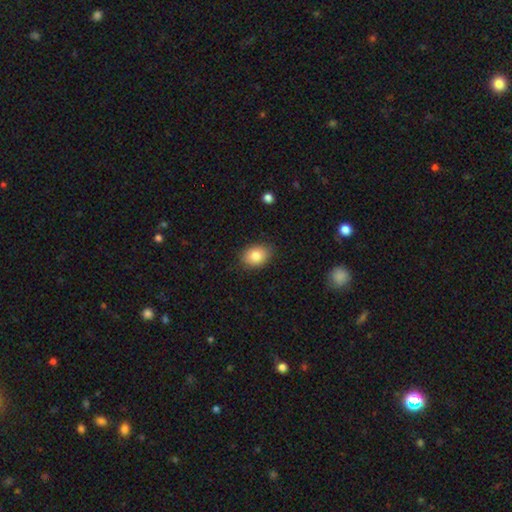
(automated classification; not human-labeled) Smooth or featured?
  - smooth: 84% *
  - featured or disk: 8%
  - star or artifact: 8%
How rounded?
  - in between: 72% *
  - round: 27%
  - cigar-shaped: 1%
Merging?
  - none: 84% *
  - minor disturbance: 12%
  - major disturbance: 2%
  - merger: 1%